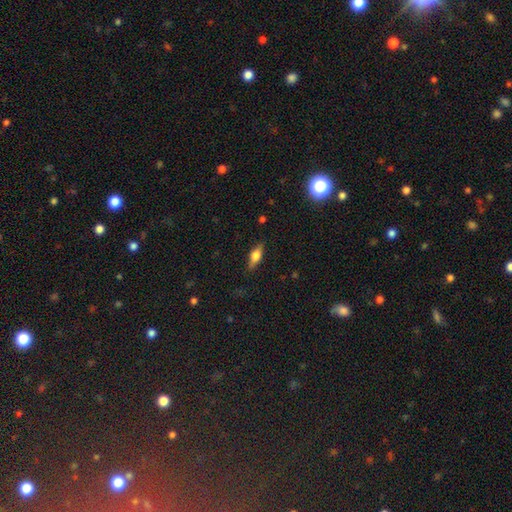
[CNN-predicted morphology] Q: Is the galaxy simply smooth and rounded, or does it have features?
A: smooth — 50%.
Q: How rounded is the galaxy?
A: in between — 63%.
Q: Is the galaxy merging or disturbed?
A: none — 84%.